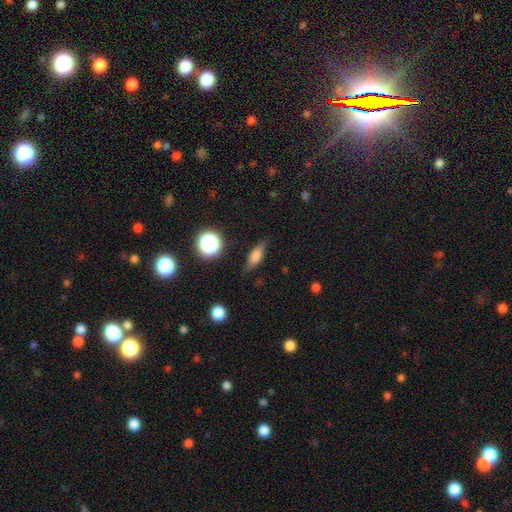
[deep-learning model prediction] Smooth or featured? smooth (63%)
How rounded? in between (48%)
Merging? none (78%)